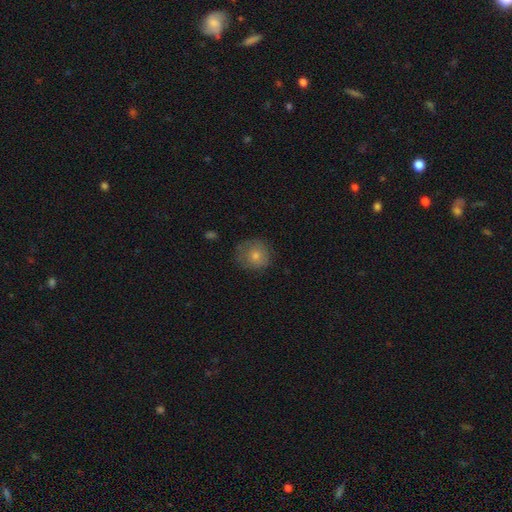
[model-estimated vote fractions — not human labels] The model was most divided on "smooth or featured": smooth: 70%, featured or disk: 18%, star or artifact: 12%. More confident: how rounded — round (90%); merging — none (76%).